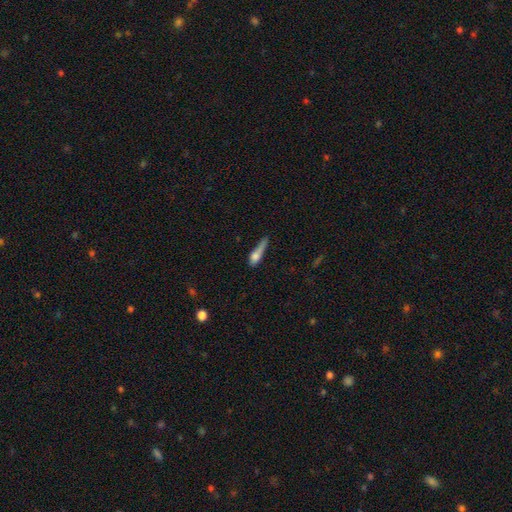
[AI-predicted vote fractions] Morphology: type=smooth (67%); roundness=cigar-shaped (62%); merging=minor disturbance (30%, tied with major disturbance).